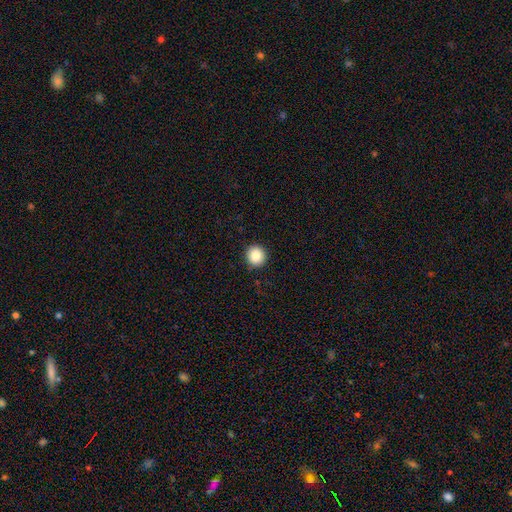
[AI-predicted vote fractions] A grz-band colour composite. It shows a smooth galaxy with no disk features (87%) that is round (94%). Merging: none (92%).